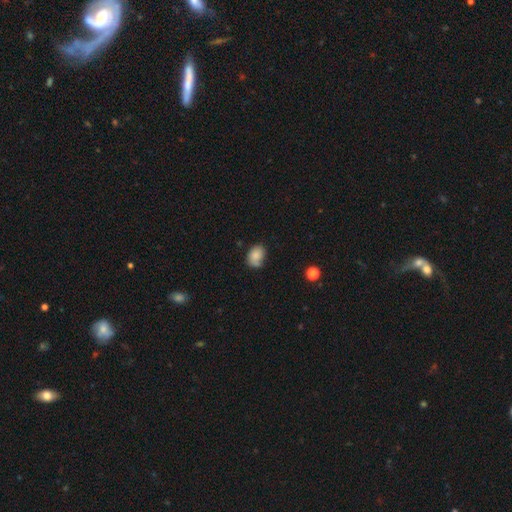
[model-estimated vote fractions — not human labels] Smooth or featured? Predicted: smooth (p=0.81). How rounded? Predicted: in between (p=0.69). Merging? Predicted: none (p=0.58).